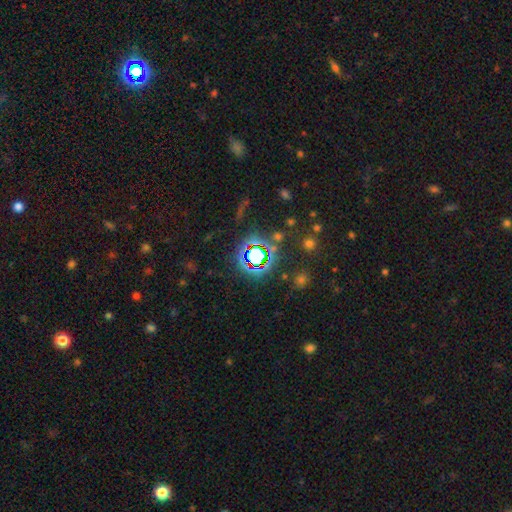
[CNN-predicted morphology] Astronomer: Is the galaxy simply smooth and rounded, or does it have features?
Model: star or artifact — 66%.